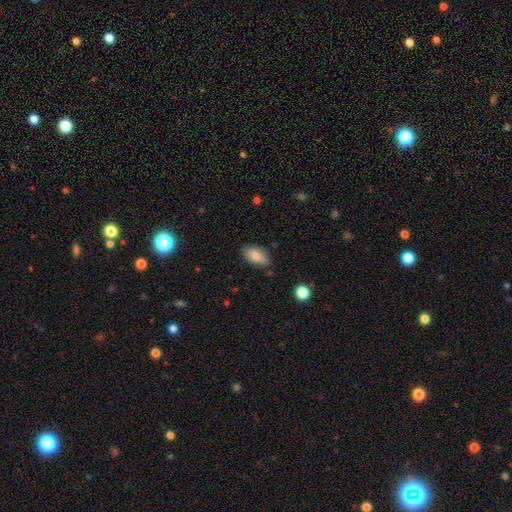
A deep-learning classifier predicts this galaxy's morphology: Smooth or featured?
  - smooth: 84% *
  - featured or disk: 9%
  - star or artifact: 7%
How rounded?
  - in between: 93% *
  - round: 4%
  - cigar-shaped: 3%
Merging?
  - none: 79% *
  - minor disturbance: 16%
  - major disturbance: 3%
  - merger: 2%